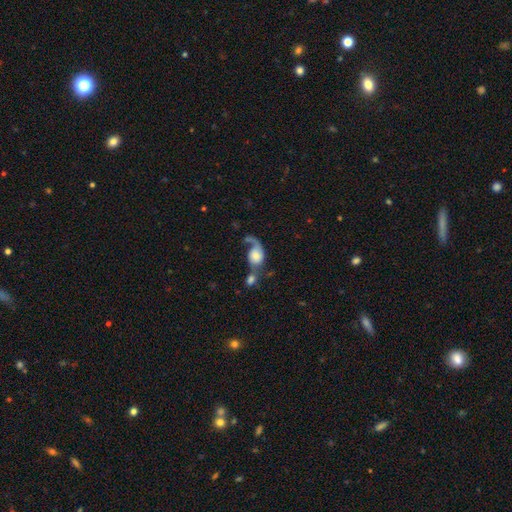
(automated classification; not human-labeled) A featured or disk galaxy (51%).

Vote fractions:
- Smooth or featured? featured or disk: 51% / smooth: 42% / star or artifact: 8%
- Edge-on disk? no: 96% / yes: 4%
- Merging? merger: 42% / major disturbance: 27% / none: 20% / minor disturbance: 11%